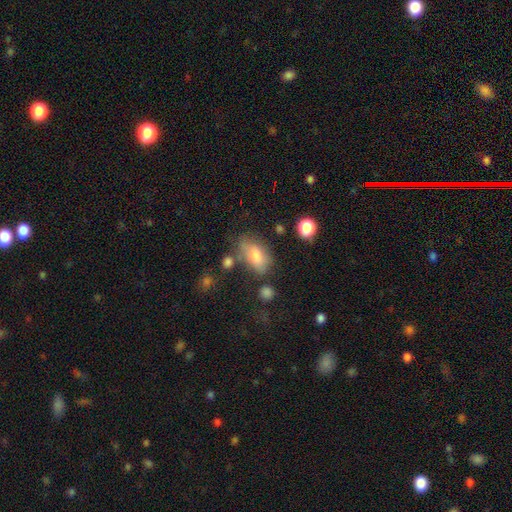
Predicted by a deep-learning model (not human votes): This is likely a smooth galaxy (73%). How rounded: clearly in between (89%). Merging: possibly none (53%).